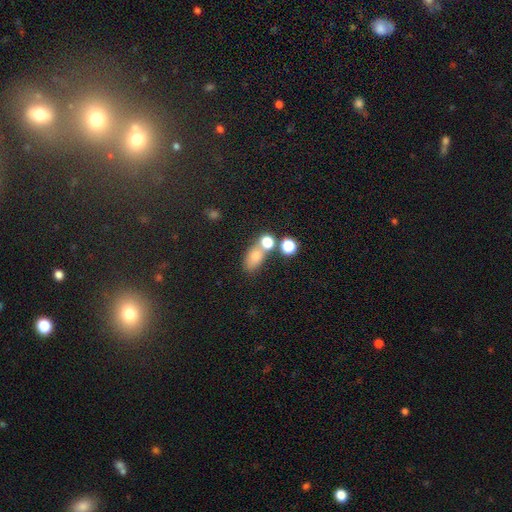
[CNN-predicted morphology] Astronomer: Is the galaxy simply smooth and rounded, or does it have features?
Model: smooth — 70%.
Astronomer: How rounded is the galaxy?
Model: in between — 68%.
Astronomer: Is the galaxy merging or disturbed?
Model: none — 47% (runner-up: merger, 35%).